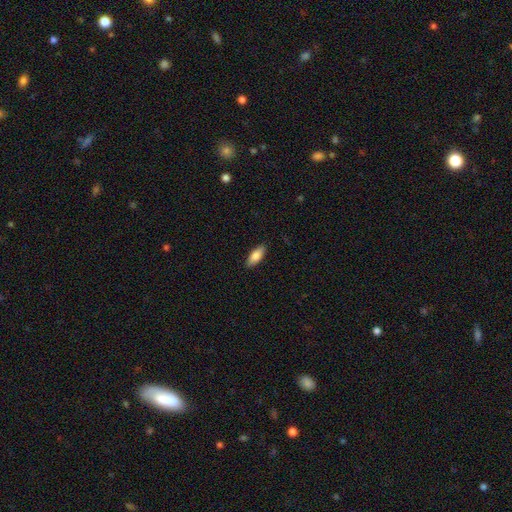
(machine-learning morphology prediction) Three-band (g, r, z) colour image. It shows a smooth galaxy with no disk features (82%) that is in between round and cigar-shaped (77%). Merging: none (89%).